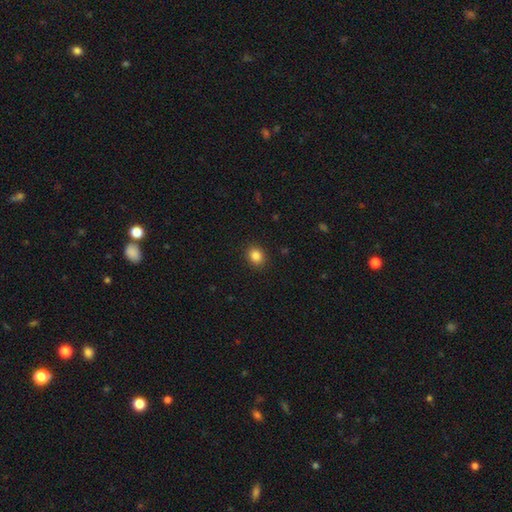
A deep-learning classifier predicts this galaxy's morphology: The model was most divided on "how rounded": round: 64%, in between: 35%, cigar-shaped: 1%. More confident: merging — none (90%); smooth or featured — smooth (85%).